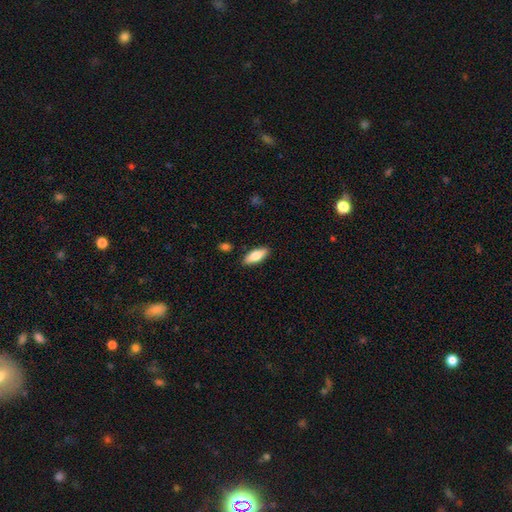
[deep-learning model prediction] smooth-or-featured: smooth: 76% | featured or disk: 18% | star or artifact: 6%
  how-rounded: in between: 73% | cigar-shaped: 25% | round: 2%
  merging: none: 88% | minor disturbance: 8% | major disturbance: 2% | merger: 2%